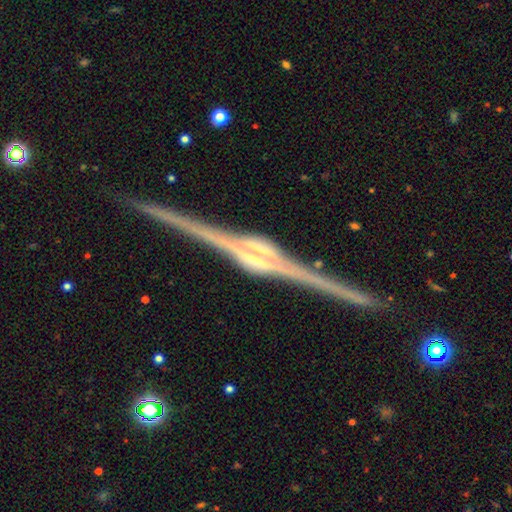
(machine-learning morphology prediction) type=featured or disk (91%); edge-on=yes (99%); edge-on bulge=rounded (65%); merging=none (88%).